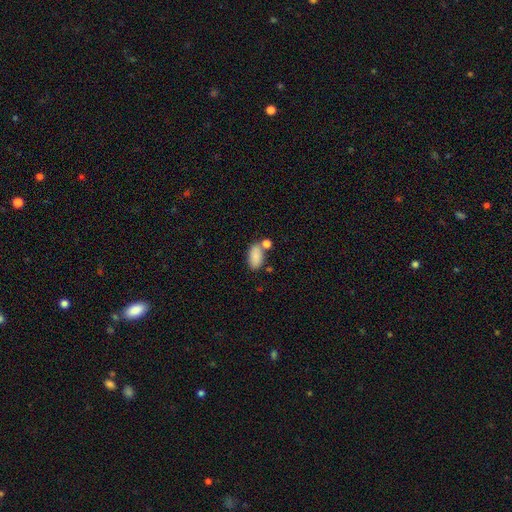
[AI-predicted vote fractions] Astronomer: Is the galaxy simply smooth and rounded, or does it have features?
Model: smooth — 85%.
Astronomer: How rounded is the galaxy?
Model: in between — 93%.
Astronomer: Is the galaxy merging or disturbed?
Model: none — 54%.